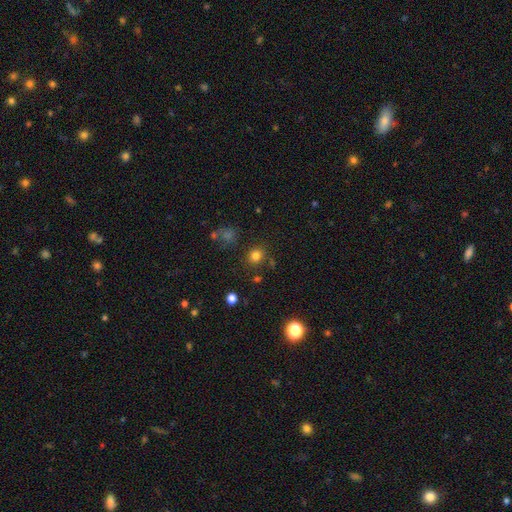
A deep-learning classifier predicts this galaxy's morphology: A smooth galaxy with no disk features (79%) that is round (83%).

Vote fractions:
- Smooth or featured? smooth: 79% / star or artifact: 15% / featured or disk: 6%
- How rounded? round: 83% / in between: 16% / cigar-shaped: 1%
- Merging? none: 82% / minor disturbance: 9% / merger: 5% / major disturbance: 4%